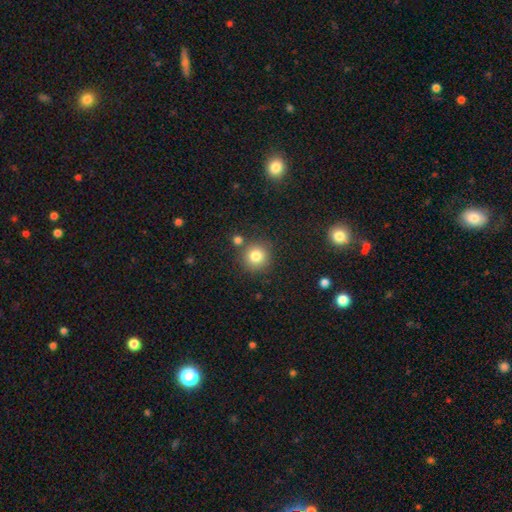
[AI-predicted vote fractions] Smooth or featured? Predicted: smooth (p=0.81). How rounded? Predicted: round (p=0.93). Merging? Predicted: none (p=0.79).